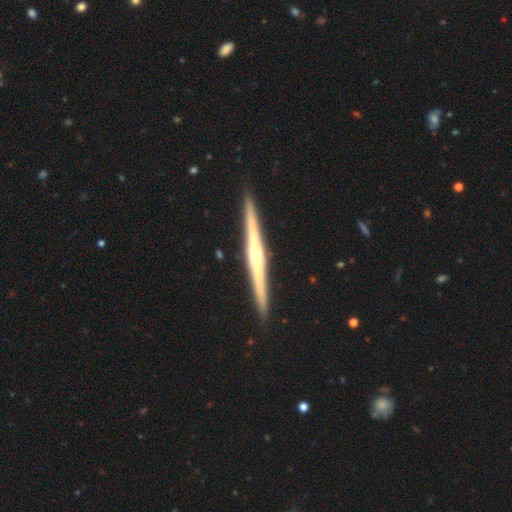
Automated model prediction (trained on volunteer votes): Smooth or featured? Predicted: featured or disk (p=0.83). Edge-on disk? Predicted: yes (p=0.98). Edge-on bulge? Predicted: rounded (p=0.80). Merging? Predicted: none (p=0.93).